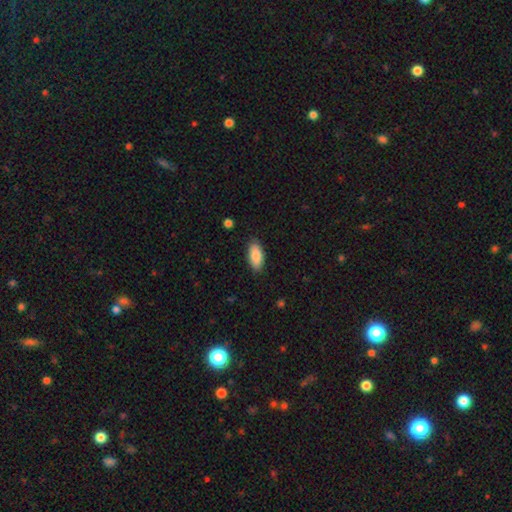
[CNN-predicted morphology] A smooth galaxy with no disk features (86%) that is in between round and cigar-shaped (89%).

Vote fractions:
- Smooth or featured? smooth: 86% / featured or disk: 8% / star or artifact: 6%
- How rounded? in between: 89% / cigar-shaped: 8% / round: 2%
- Merging? none: 87% / minor disturbance: 10% / major disturbance: 2% / merger: 1%